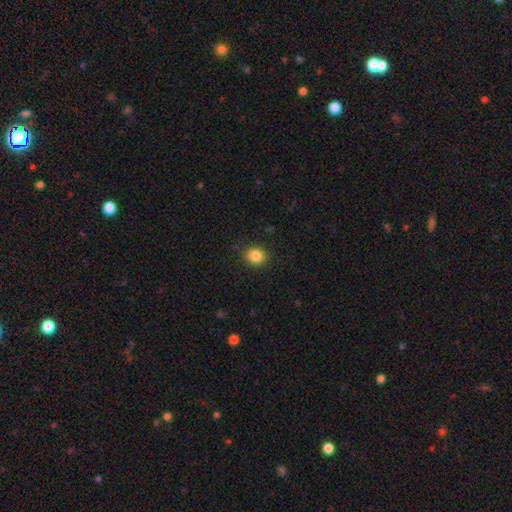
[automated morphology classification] A smooth galaxy with no disk features (84%) that is round (75%).

Vote fractions:
- Smooth or featured? smooth: 84% / star or artifact: 11% / featured or disk: 5%
- How rounded? round: 75% / in between: 24% / cigar-shaped: 1%
- Merging? none: 88% / minor disturbance: 9% / major disturbance: 2% / merger: 1%